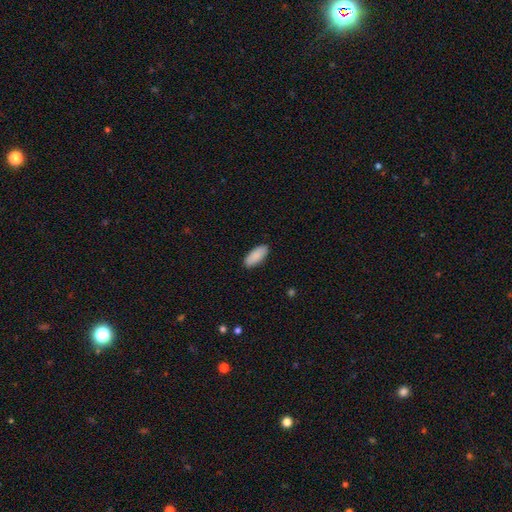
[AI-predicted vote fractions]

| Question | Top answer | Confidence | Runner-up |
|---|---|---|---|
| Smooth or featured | smooth | 90% | star or artifact (6%) |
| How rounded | in between | 84% | cigar-shaped (14%) |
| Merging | none | 88% | minor disturbance (9%) |